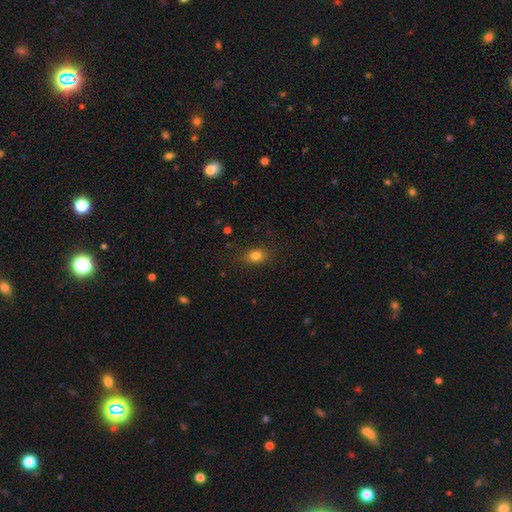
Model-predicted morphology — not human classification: Smooth or featured?
  - smooth: 82% *
  - star or artifact: 11%
  - featured or disk: 7%
How rounded?
  - in between: 66% *
  - round: 32%
  - cigar-shaped: 2%
Merging?
  - none: 80% *
  - minor disturbance: 15%
  - major disturbance: 4%
  - merger: 1%